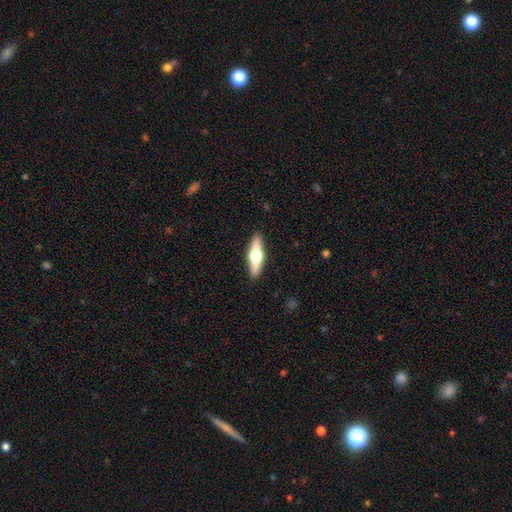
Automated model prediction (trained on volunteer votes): Smooth or featured? Predicted: featured or disk (p=0.56). Edge-on disk? Predicted: yes (p=0.95). Edge-on bulge? Predicted: rounded (p=0.96). Merging? Predicted: none (p=0.91).